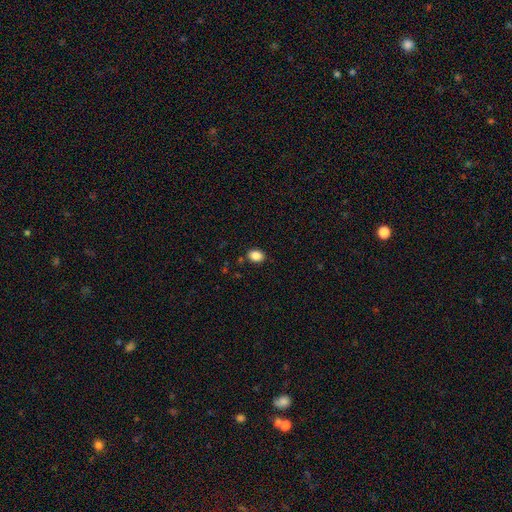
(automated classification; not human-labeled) This appears to be a smooth galaxy with no disk features (87%) that is in between round and cigar-shaped (72%). Merging: none (87%).